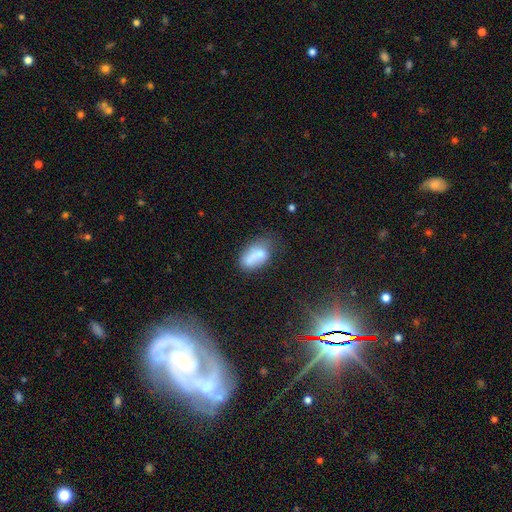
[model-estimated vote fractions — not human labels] Smooth or featured: smooth — 68% (featured or disk — 22%)
How rounded: in between — 87% (round — 9%)
Merging: none — 39% (minor disturbance — 26%)